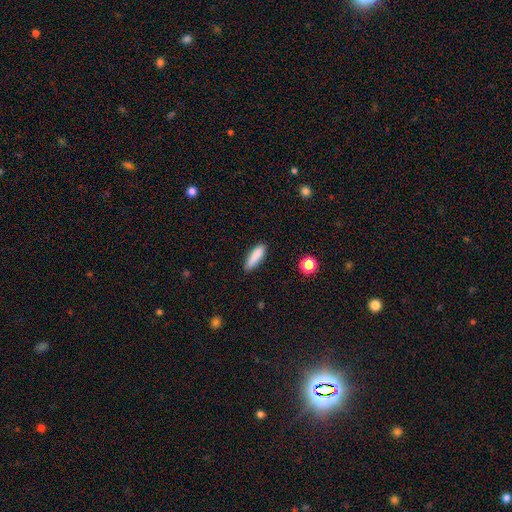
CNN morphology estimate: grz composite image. It shows a smooth galaxy with no disk features (86%) that is cigar-shaped (63%). Merging: none (82%).